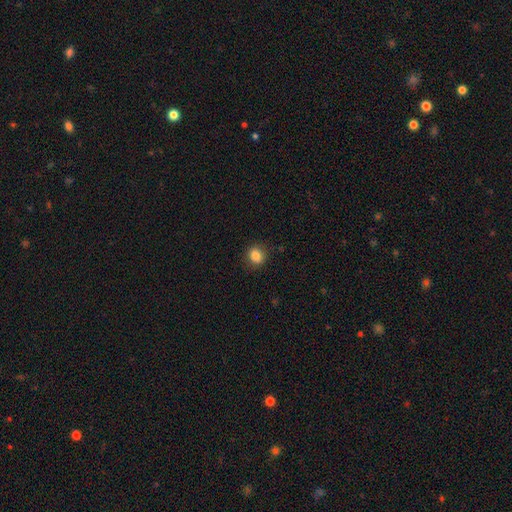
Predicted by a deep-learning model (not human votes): Smooth or featured: smooth — 84% (star or artifact — 10%)
How rounded: round — 65% (in between — 34%)
Merging: none — 87% (minor disturbance — 10%)